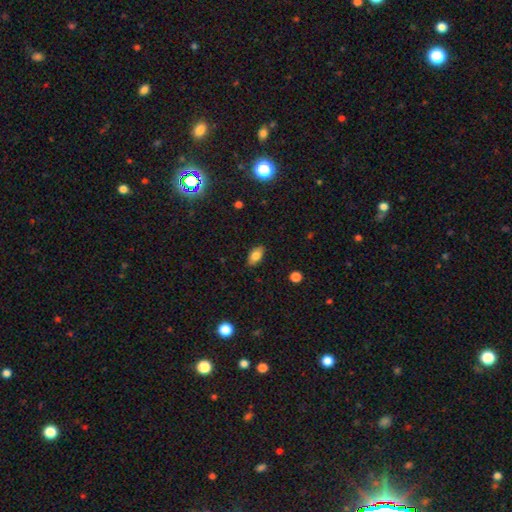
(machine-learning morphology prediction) Overall: smooth (82%). How rounded: in between (91%). Merging: none (87%).